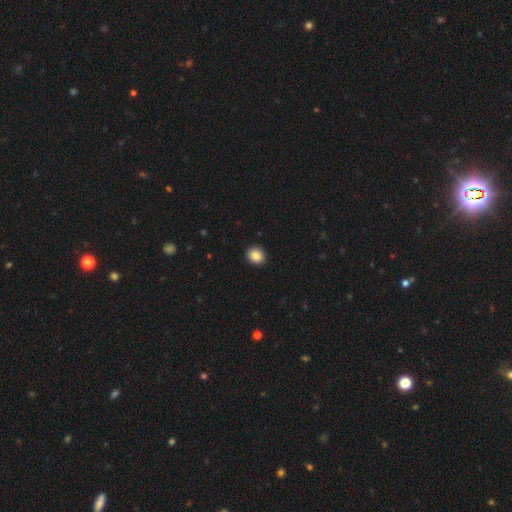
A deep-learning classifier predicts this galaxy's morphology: Smooth or featured? smooth (88%)
How rounded? round (76%)
Merging? none (92%)